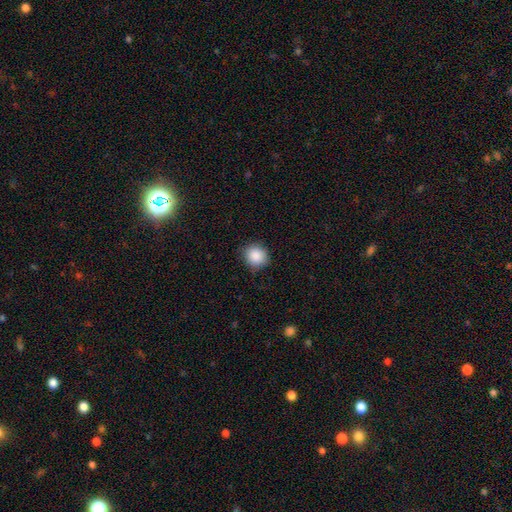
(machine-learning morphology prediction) Q: Smooth or featured?
A: smooth (88%); runner-up: star or artifact (8%)
Q: How rounded?
A: round (87%); runner-up: in between (12%)
Q: Merging?
A: none (86%); runner-up: minor disturbance (11%)